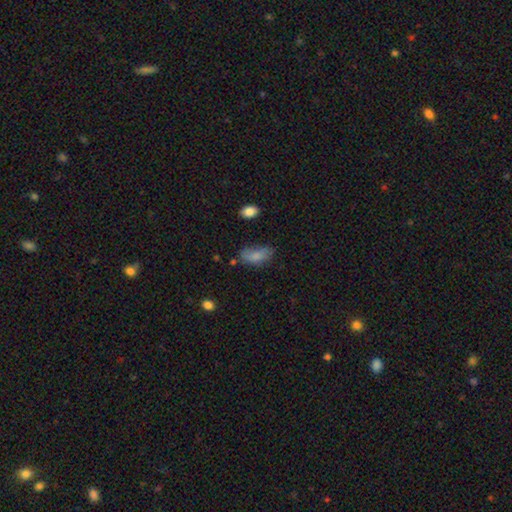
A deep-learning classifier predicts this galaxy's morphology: Smooth or featured? Predicted: smooth (p=0.80). How rounded? Predicted: in between (p=0.90). Merging? Predicted: none (p=0.50).